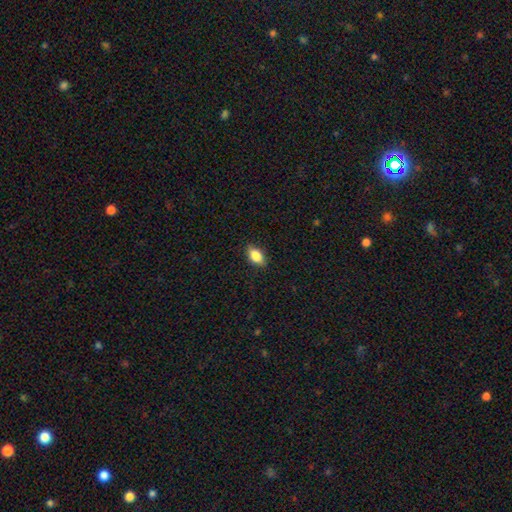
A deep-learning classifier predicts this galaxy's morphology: Smooth or featured? Predicted: smooth (p=0.85). How rounded? Predicted: in between (p=0.88). Merging? Predicted: none (p=0.87).